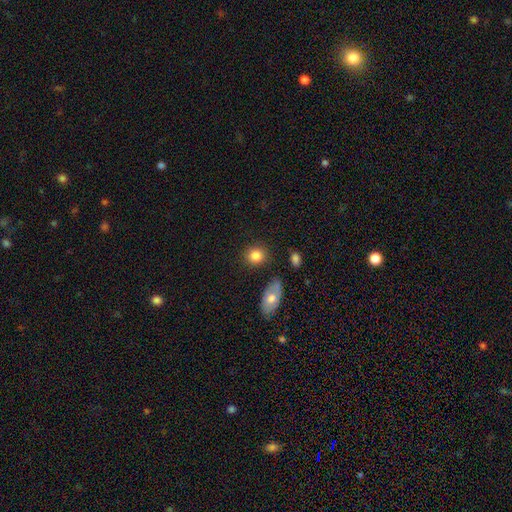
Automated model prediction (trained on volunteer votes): Smooth or featured? smooth (84%)
How rounded? round (75%)
Merging? none (82%)